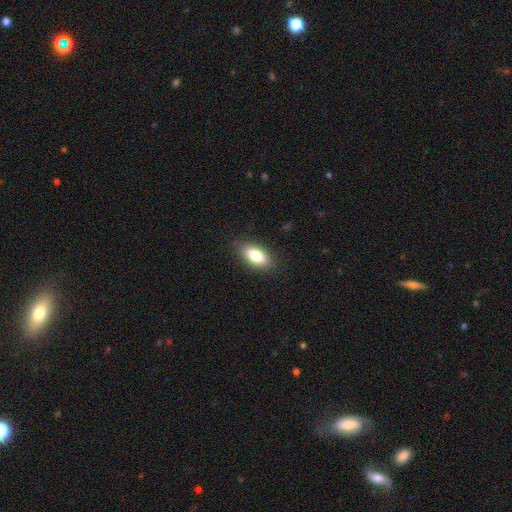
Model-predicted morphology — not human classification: smooth-or-featured: smooth: 80% | featured or disk: 13% | star or artifact: 7%
  how-rounded: in between: 86% | cigar-shaped: 11% | round: 3%
  merging: none: 86% | minor disturbance: 10% | major disturbance: 3% | merger: 1%